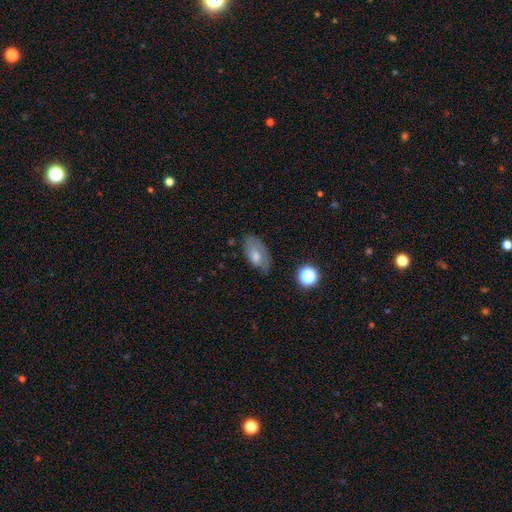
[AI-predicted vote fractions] This is possibly a smooth galaxy (56%). How rounded: clearly in between (89%). Merging: likely none (67%).